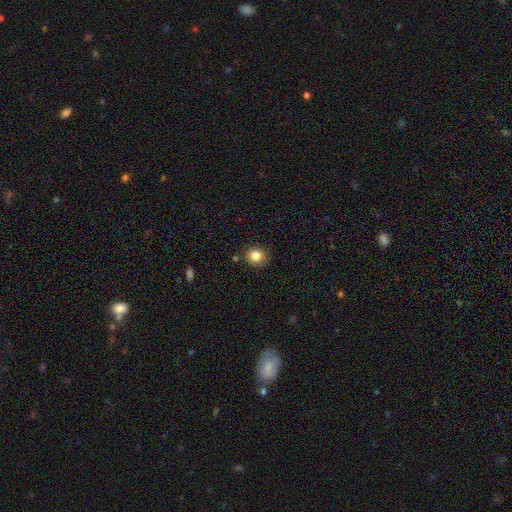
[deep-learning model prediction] Morphology: type=smooth (84%); roundness=round (79%); merging=none (85%).